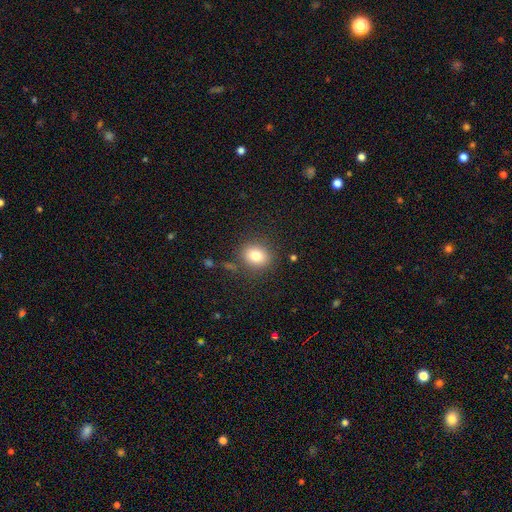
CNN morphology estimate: Smooth or featured: smooth — 80% (star or artifact — 11%)
How rounded: round — 65% (in between — 34%)
Merging: none — 84% (minor disturbance — 10%)